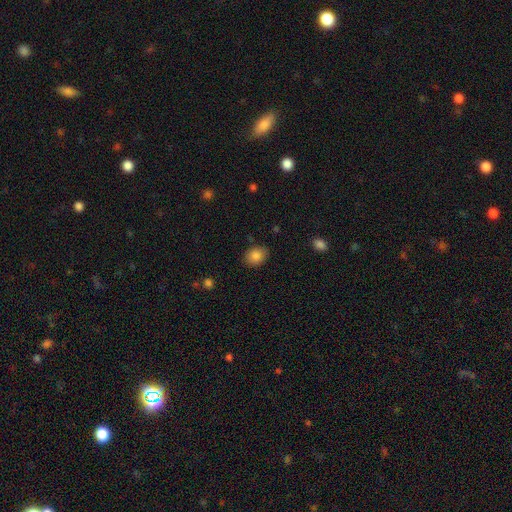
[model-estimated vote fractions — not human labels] Smooth or featured? smooth (85%)
How rounded? in between (58%)
Merging? none (84%)